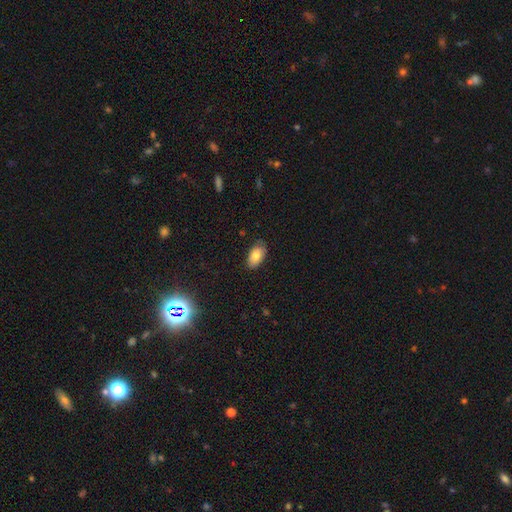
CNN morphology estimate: A smooth galaxy with no disk features (79%) that is in between round and cigar-shaped (93%). Merging: none (80%).